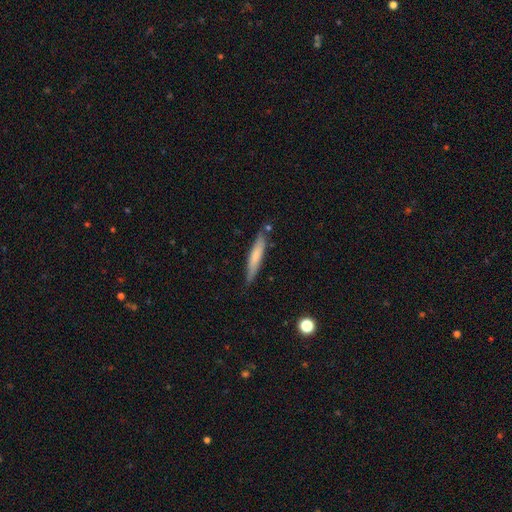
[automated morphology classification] A smooth galaxy with no disk features (66%) that is cigar-shaped (91%). Merging: none (80%).